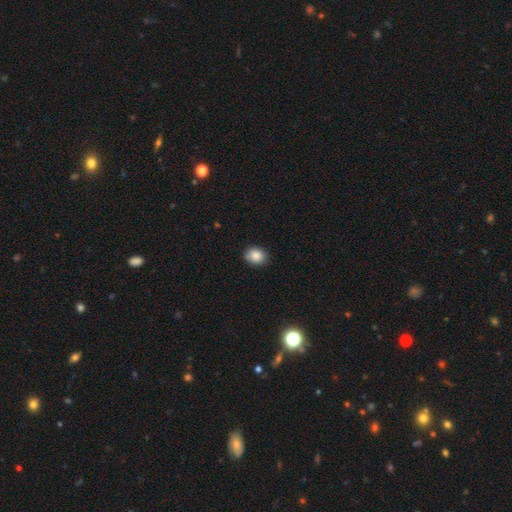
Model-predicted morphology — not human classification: A smooth galaxy with no disk features (87%) that is round (60%). Merging: none (84%).